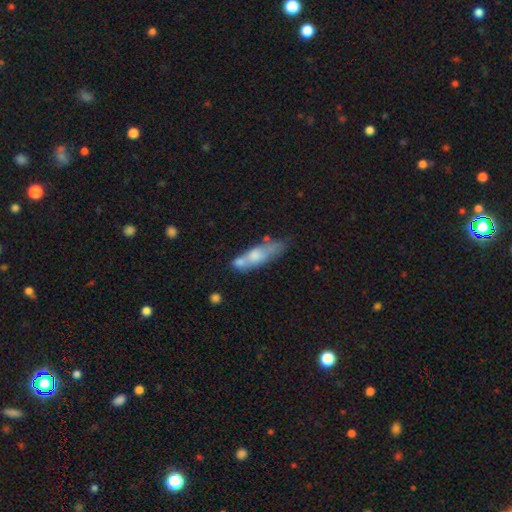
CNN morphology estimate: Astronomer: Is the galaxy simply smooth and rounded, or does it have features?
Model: smooth — 61%.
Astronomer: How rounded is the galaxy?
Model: cigar-shaped — 54% (runner-up: in between, 43%).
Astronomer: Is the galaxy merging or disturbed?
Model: none — 46% (runner-up: minor disturbance, 23%).